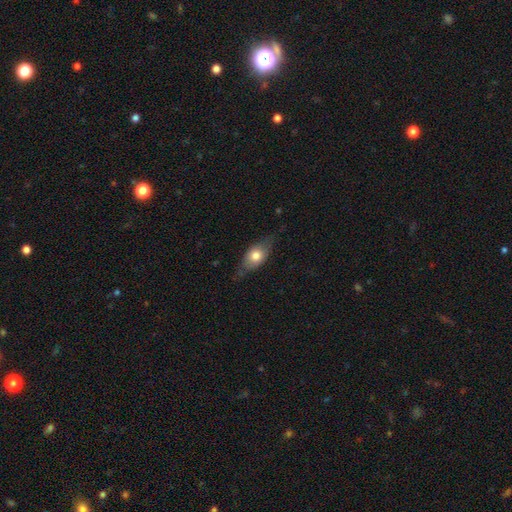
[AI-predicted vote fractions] Q: Smooth or featured?
A: smooth (61%); runner-up: featured or disk (33%)
Q: How rounded?
A: in between (76%); runner-up: round (12%)
Q: Merging?
A: none (67%); runner-up: minor disturbance (24%)